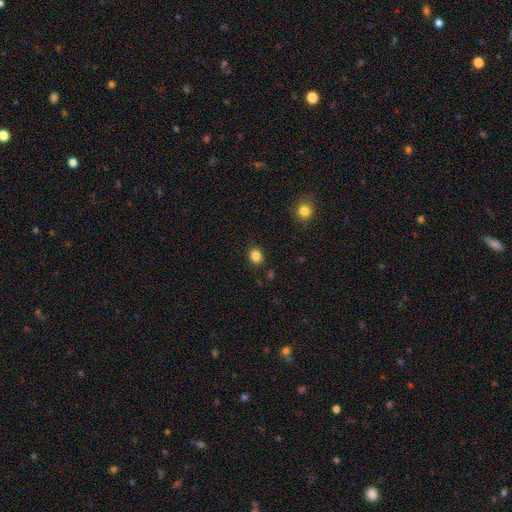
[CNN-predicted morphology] The model was most divided on "how rounded": round: 51%, in between: 49%, cigar-shaped: 1%. More confident: merging — none (88%); smooth or featured — smooth (85%).